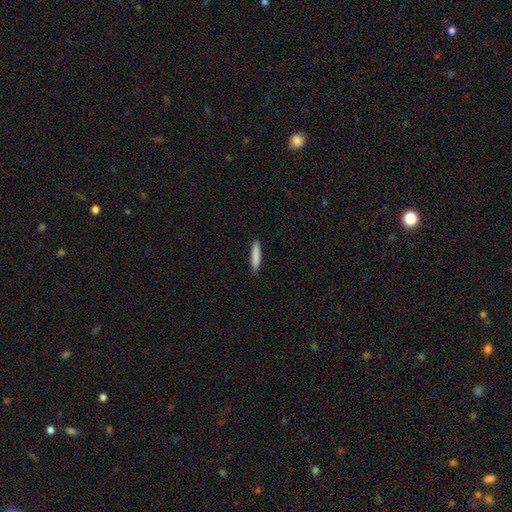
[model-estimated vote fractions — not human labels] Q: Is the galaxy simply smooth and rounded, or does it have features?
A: smooth — 85%.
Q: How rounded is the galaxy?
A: cigar-shaped — 88%.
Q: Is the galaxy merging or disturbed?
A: none — 90%.